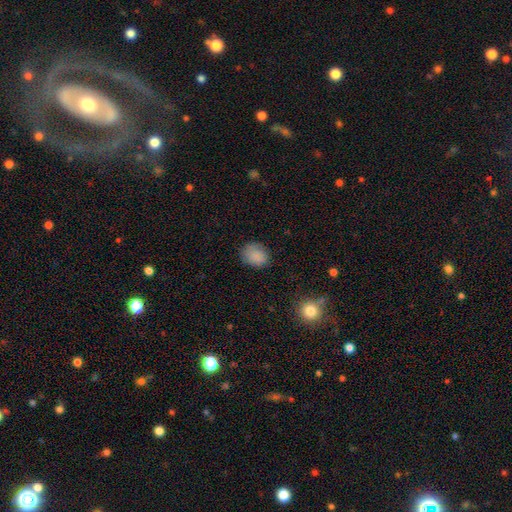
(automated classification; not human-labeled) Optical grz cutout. It shows a smooth galaxy with no disk features (86%) that is round (52%). Merging: none (80%).